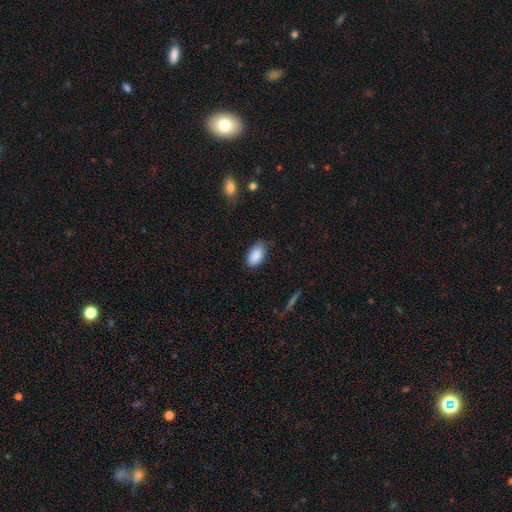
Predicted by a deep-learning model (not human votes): A smooth galaxy with no disk features (88%) that is in between round and cigar-shaped (93%).

Vote fractions:
- Smooth or featured? smooth: 88% / star or artifact: 7% / featured or disk: 5%
- How rounded? in between: 93% / round: 5% / cigar-shaped: 2%
- Merging? none: 75% / minor disturbance: 21% / major disturbance: 3% / merger: 1%